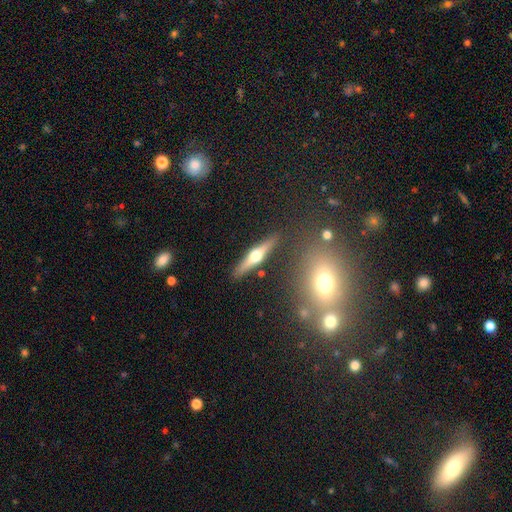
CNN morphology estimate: A featured or disk galaxy (65%) viewed edge-on (96%) with a rounded central bulge (95%). Merging: none (87%).